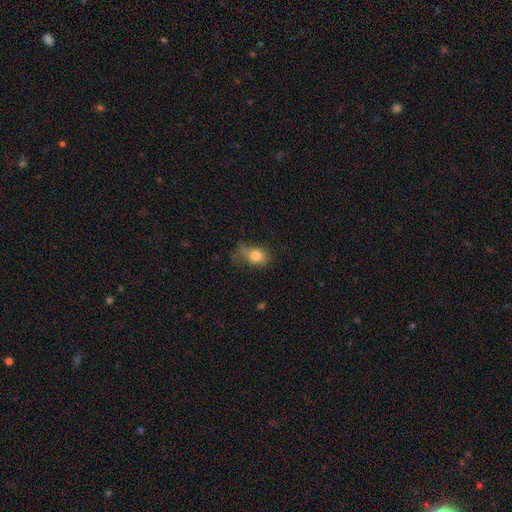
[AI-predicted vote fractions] Morphology: type=smooth (79%); roundness=in between (62%); merging=none (38%).